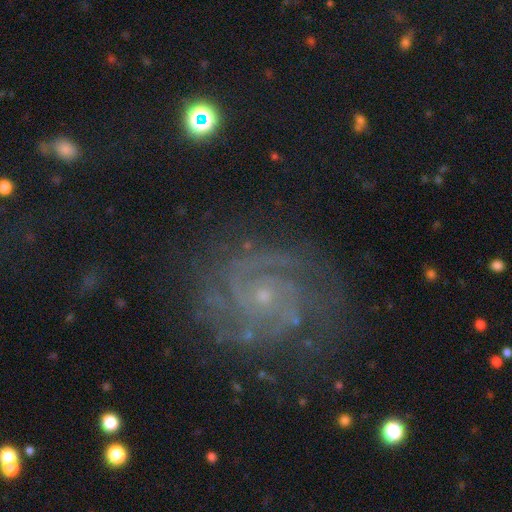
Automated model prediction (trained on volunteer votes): The model was most divided on "spiral arm count": 2: 43%, can't tell: 18%, 3: 17%, 4: 9%, more than 4: 7%, 1: 7%. More confident: edge-on disk — no (98%); spiral arms — yes (97%); smooth or featured — featured or disk (85%); bulge size — small (82%); merging — none (75%); bar — no (75%); spiral winding — tight (64%).